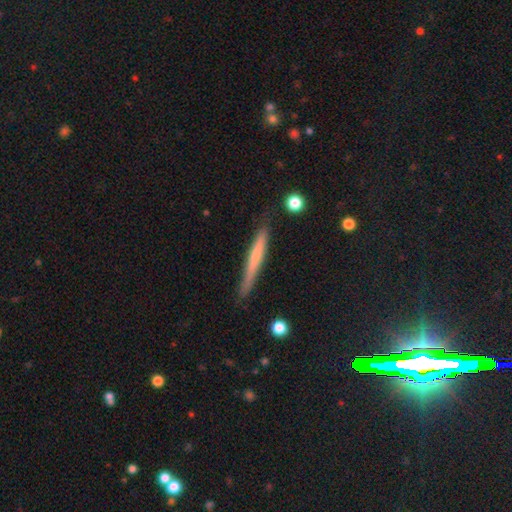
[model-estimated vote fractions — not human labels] This is possibly a smooth galaxy (50%). Merging: clearly none (82%).